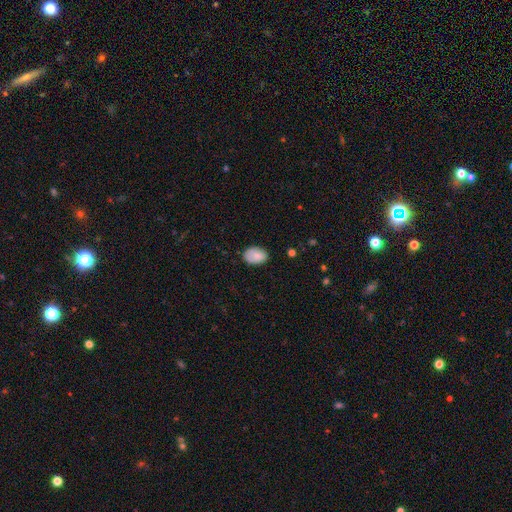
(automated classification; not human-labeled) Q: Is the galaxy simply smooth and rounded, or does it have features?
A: smooth — 81%.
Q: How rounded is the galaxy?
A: in between — 84%.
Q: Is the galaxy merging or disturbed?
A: none — 74%.